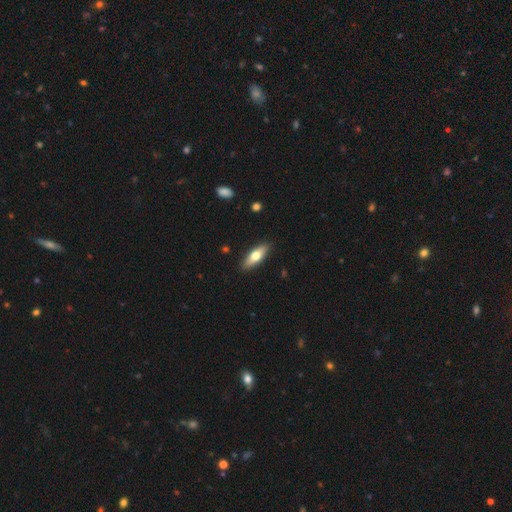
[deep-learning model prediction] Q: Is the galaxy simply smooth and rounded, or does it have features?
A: smooth — 56%.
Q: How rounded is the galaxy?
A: in between — 52%.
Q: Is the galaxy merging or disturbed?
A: none — 89%.